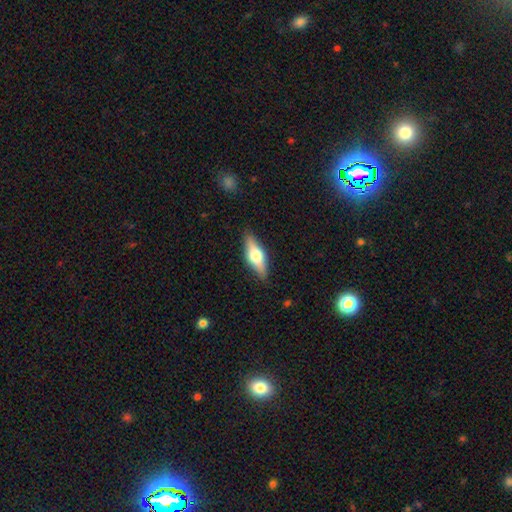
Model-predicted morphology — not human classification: A smooth galaxy with no disk features (50%) that is in between round and cigar-shaped (61%). Merging: none (86%).